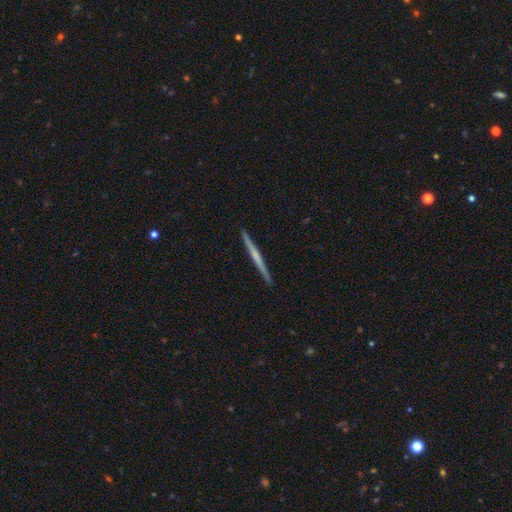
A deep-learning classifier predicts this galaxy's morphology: A featured or disk galaxy (59%) viewed edge-on (98%) with no central bulge (66%). Merging: none (93%).